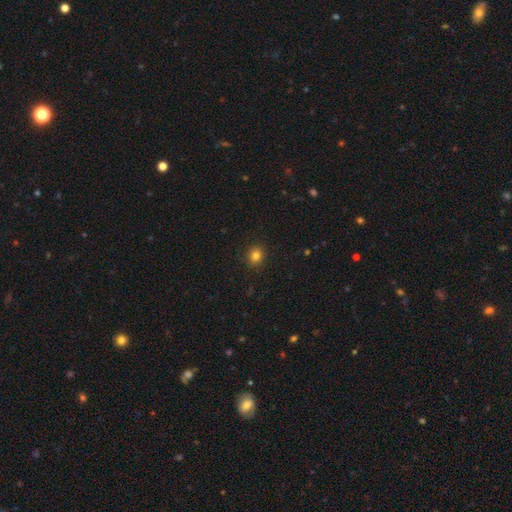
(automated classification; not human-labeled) This appears to be a smooth galaxy with no disk features (82%) that is round (79%). Merging: none (91%).